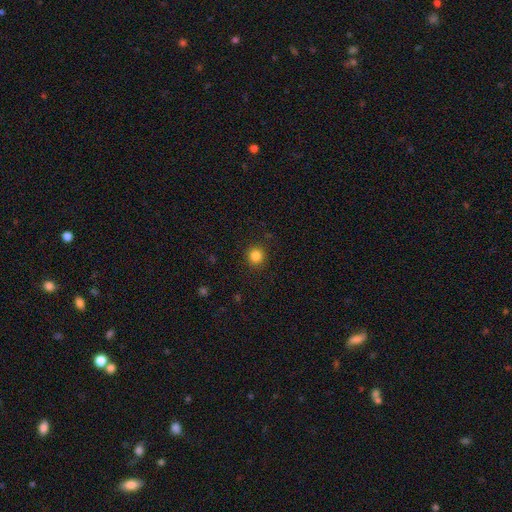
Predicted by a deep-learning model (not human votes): Smooth or featured?
  - smooth: 84% *
  - star or artifact: 12%
  - featured or disk: 4%
How rounded?
  - round: 93% *
  - in between: 7%
  - cigar-shaped: 1%
Merging?
  - none: 91% *
  - minor disturbance: 6%
  - major disturbance: 2%
  - merger: 1%